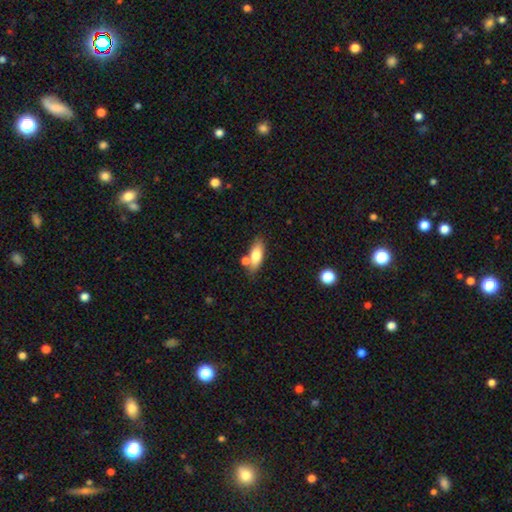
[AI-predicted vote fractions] This is likely a smooth galaxy (71%). How rounded: likely in between (69%). Merging: likely none (67%).